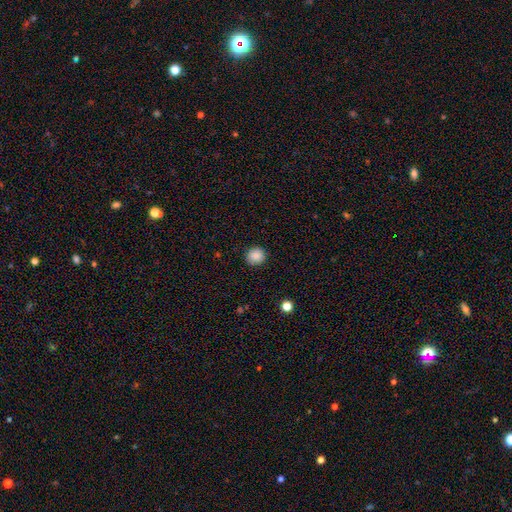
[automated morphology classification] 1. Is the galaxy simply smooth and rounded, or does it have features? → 88% smooth, 9% star or artifact, 3% featured or disk.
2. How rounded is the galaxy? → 89% round, 10% in between, 1% cigar-shaped.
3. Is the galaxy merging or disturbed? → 90% none, 7% minor disturbance, 2% major disturbance, 1% merger.